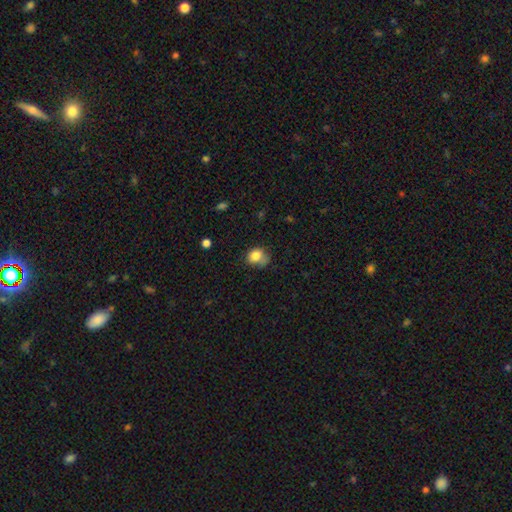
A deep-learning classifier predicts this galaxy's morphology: This appears to be a smooth galaxy with no disk features (81%) that is round (56%). Merging: none (48%).